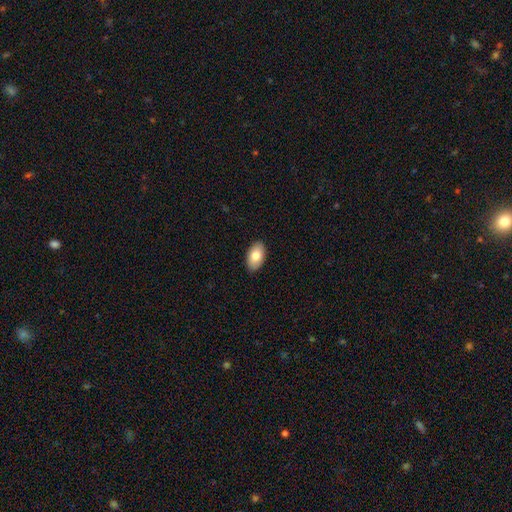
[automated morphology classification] A smooth galaxy with no disk features (81%) that is in between round and cigar-shaped (95%).

Vote fractions:
- Smooth or featured? smooth: 81% / featured or disk: 13% / star or artifact: 6%
- How rounded? in between: 95% / round: 4% / cigar-shaped: 1%
- Merging? none: 90% / minor disturbance: 8% / major disturbance: 2% / merger: 1%